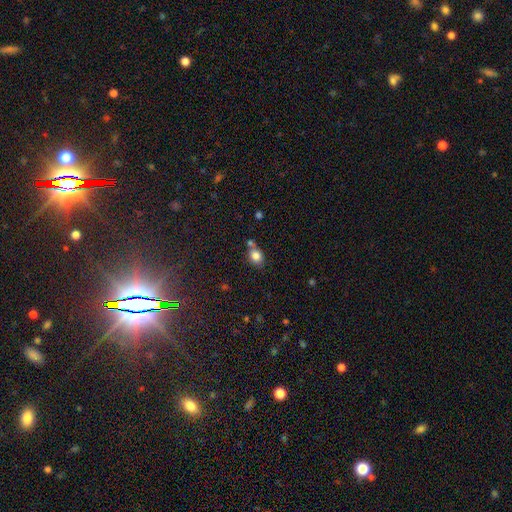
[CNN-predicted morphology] Smooth or featured: smooth — 81% (star or artifact — 10%)
How rounded: in between — 50% (round — 49%)
Merging: none — 60% (merger — 20%)